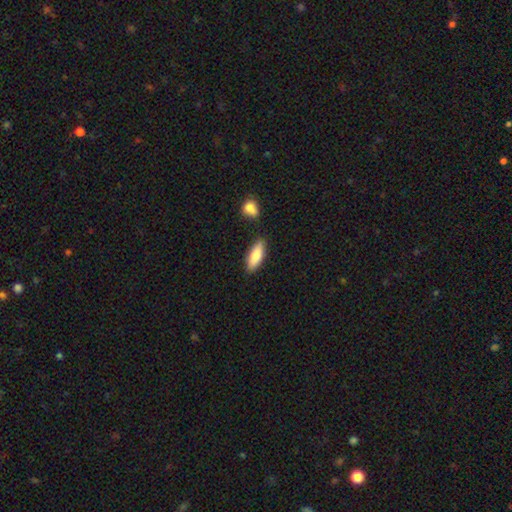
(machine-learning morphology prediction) Q: Smooth or featured?
A: smooth (82%); runner-up: featured or disk (12%)
Q: How rounded?
A: in between (65%); runner-up: cigar-shaped (33%)
Q: Merging?
A: none (80%); runner-up: minor disturbance (11%)